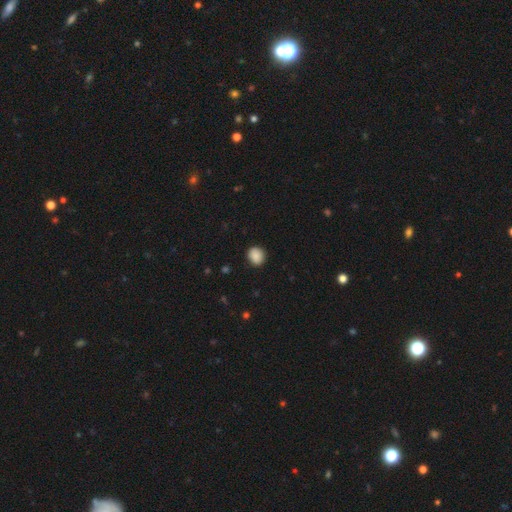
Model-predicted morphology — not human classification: smooth_or_featured: smooth (p=0.88) [alt: star or artifact p=0.09]
how_rounded: round (p=0.71) [alt: in between p=0.28]
merging: none (p=0.87) [alt: minor disturbance p=0.10]